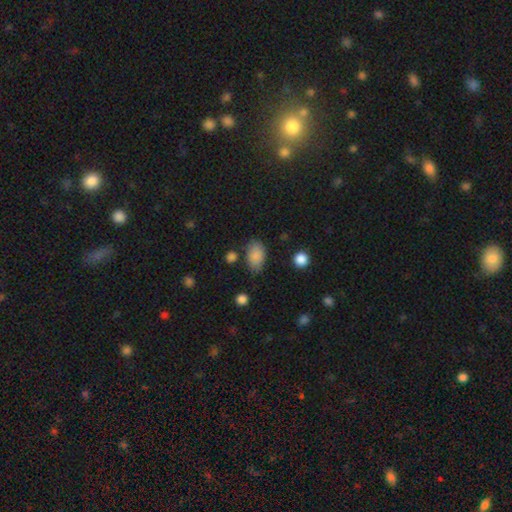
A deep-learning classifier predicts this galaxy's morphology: Overall: smooth (85%). How rounded: in between (88%). Merging: none (69%).